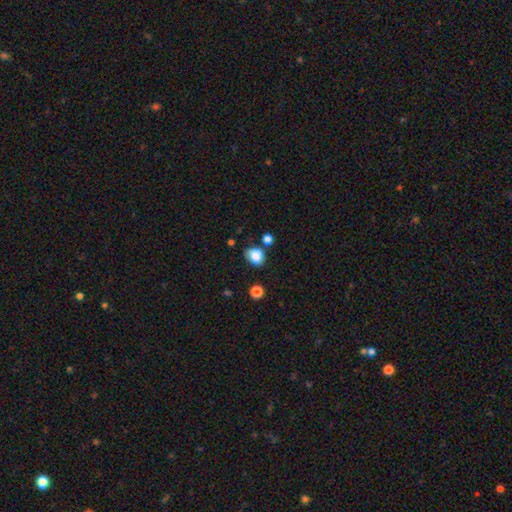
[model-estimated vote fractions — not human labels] Overall: smooth (82%). How rounded: round (50%; in between 49%). Merging: none (59%; minor disturbance 25%).